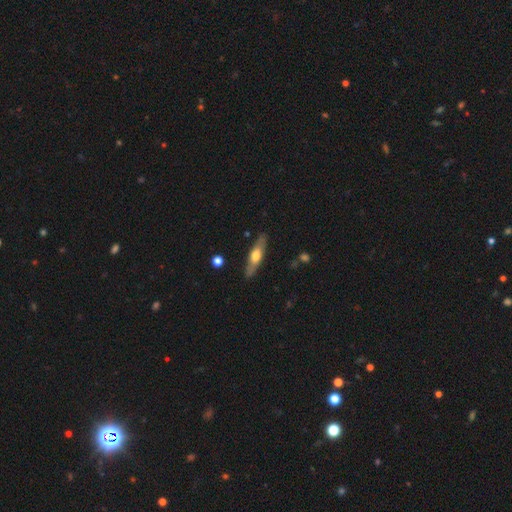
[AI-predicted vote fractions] smooth-or-featured: featured or disk: 50% | smooth: 44% | star or artifact: 5%
  disk-edge-on: yes: 81% | no: 19%
  merging: none: 87% | minor disturbance: 10% | major disturbance: 2% | merger: 2%